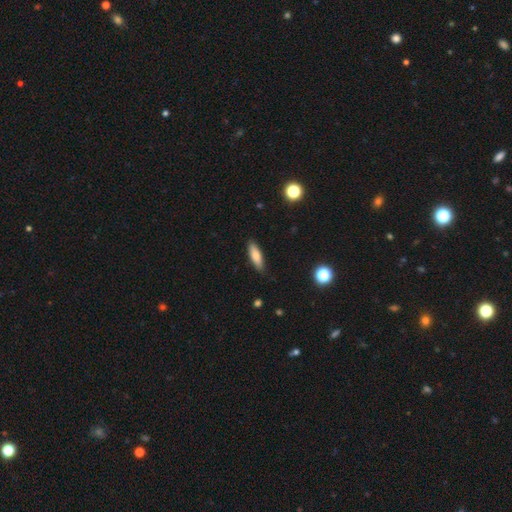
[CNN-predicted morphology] smooth_or_featured: smooth (p=0.75) [alt: featured or disk p=0.18]
how_rounded: cigar-shaped (p=0.52) [alt: in between p=0.46]
merging: none (p=0.87) [alt: minor disturbance p=0.10]